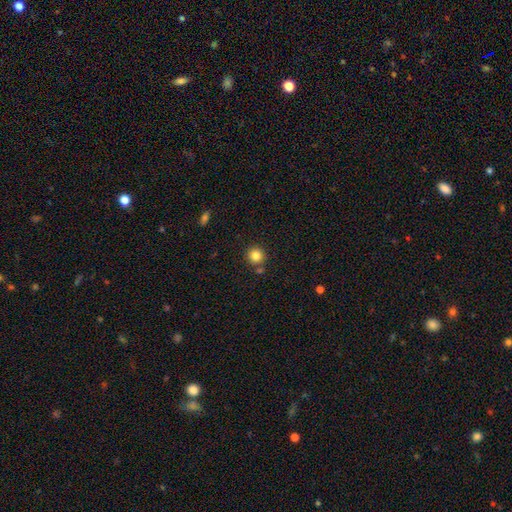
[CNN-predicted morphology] The model was most divided on "smooth or featured": smooth: 84%, star or artifact: 11%, featured or disk: 5%. More confident: how rounded — round (94%); merging — none (82%).